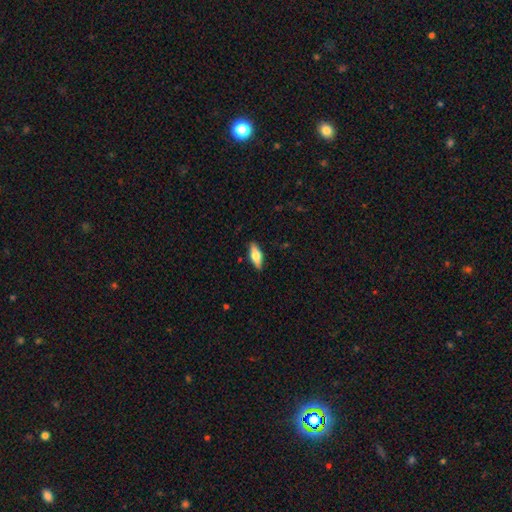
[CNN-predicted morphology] type=smooth (63%); roundness=in between (69%); merging=none (87%).